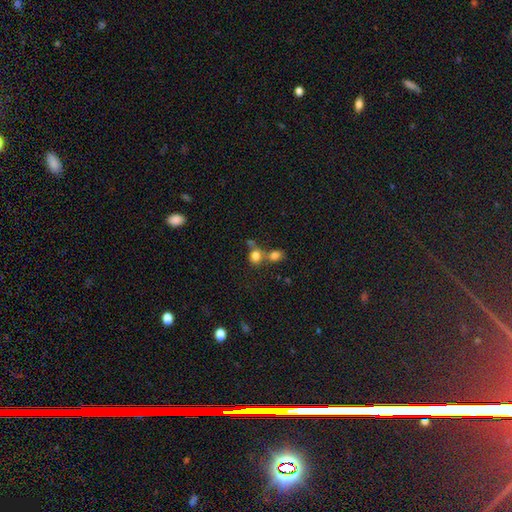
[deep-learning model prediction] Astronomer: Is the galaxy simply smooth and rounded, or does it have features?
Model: smooth — 79%.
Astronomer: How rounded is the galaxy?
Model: round — 71%.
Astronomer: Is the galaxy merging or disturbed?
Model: merger — 45% (runner-up: none, 41%).